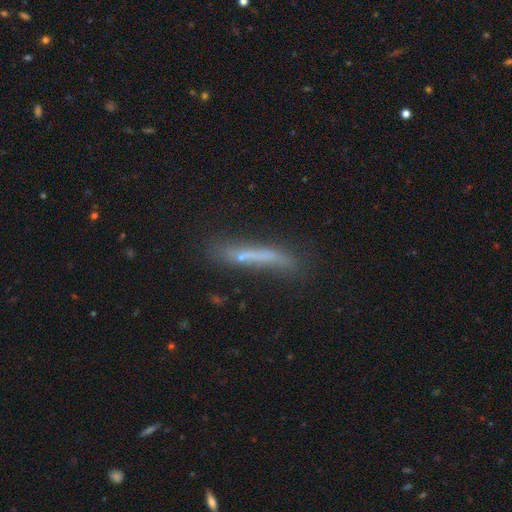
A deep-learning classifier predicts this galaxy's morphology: smooth-or-featured: smooth: 51% | featured or disk: 39% | star or artifact: 10%
  how-rounded: cigar-shaped: 93% | in between: 5% | round: 2%
  merging: none: 61% | minor disturbance: 23% | major disturbance: 11% | merger: 6%